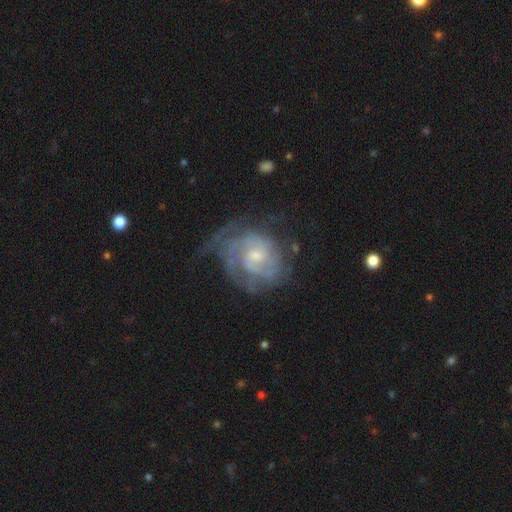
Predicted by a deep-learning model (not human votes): This is clearly a featured or disk galaxy (81%). It is clearly not viewed edge-on (98%). Bar: likely no (63%). Spiral arm pattern: clearly yes (91%). Spiral arm count: marginally can't tell (38%). Spiral winding: possibly tight (55%). Central bulge: possibly small (55%). Merging: possibly none (50%).